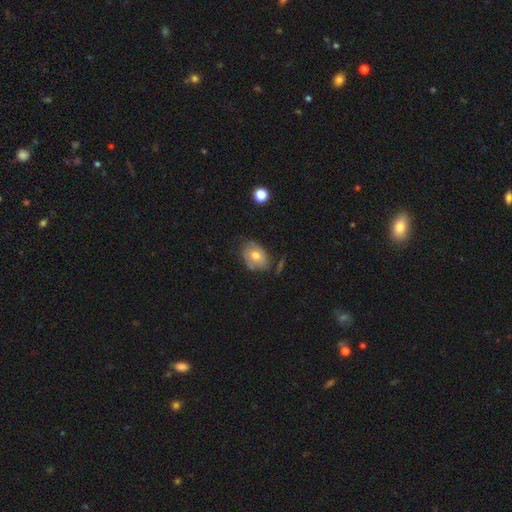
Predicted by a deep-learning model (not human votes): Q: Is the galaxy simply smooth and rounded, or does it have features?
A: smooth — 64%.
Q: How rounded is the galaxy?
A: in between — 71%.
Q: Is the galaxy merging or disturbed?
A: none — 64%.